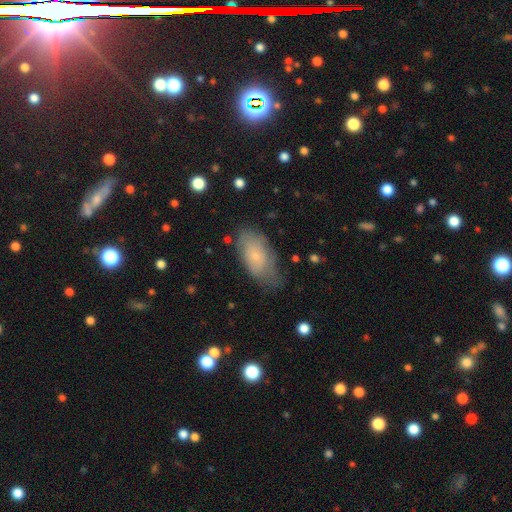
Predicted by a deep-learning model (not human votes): Overall: smooth (65%; featured or disk 27%). How rounded: in between (92%). Merging: none (58%; minor disturbance 29%).